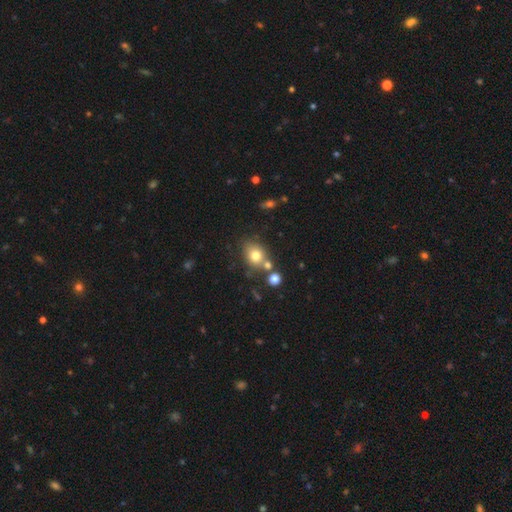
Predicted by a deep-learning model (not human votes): Smooth or featured? smooth (75%)
How rounded? round (51%)
Merging? none (62%)